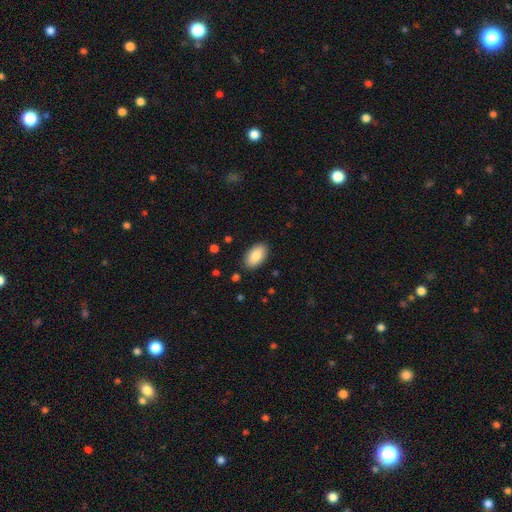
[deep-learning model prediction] Q: Smooth or featured?
A: smooth (85%); runner-up: featured or disk (9%)
Q: How rounded?
A: in between (95%); runner-up: round (3%)
Q: Merging?
A: none (88%); runner-up: minor disturbance (9%)